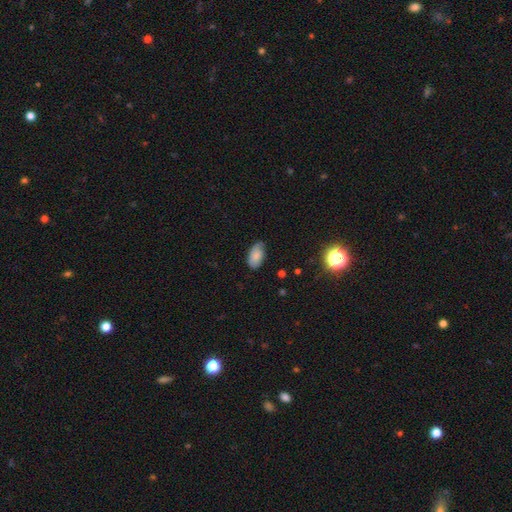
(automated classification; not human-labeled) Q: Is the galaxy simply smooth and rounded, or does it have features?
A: smooth — 80%.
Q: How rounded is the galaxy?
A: in between — 94%.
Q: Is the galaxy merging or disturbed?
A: none — 70%.